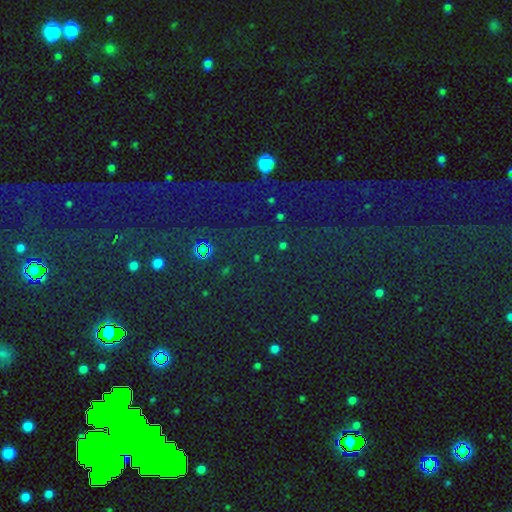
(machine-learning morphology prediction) type=star or artifact (80%).